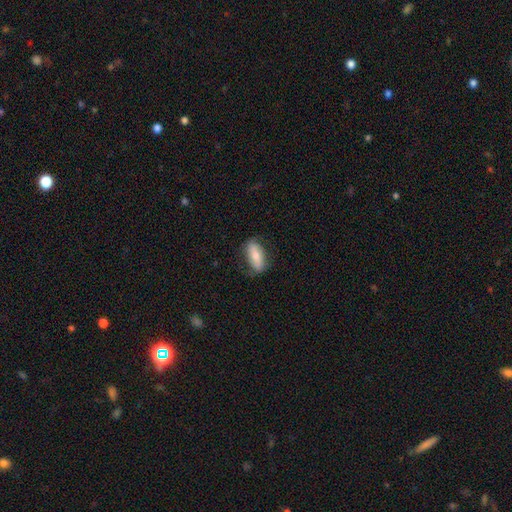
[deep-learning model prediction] Smooth or featured?
  - smooth: 64% *
  - featured or disk: 30%
  - star or artifact: 6%
How rounded?
  - in between: 82% *
  - cigar-shaped: 14%
  - round: 3%
Merging?
  - none: 74% *
  - minor disturbance: 20%
  - major disturbance: 5%
  - merger: 1%